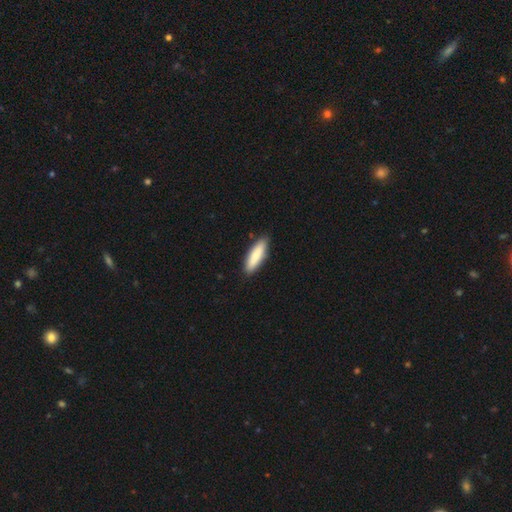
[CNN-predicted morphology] Smooth or featured? Predicted: smooth (p=0.86). How rounded? Predicted: cigar-shaped (p=0.57). Merging? Predicted: none (p=0.87).